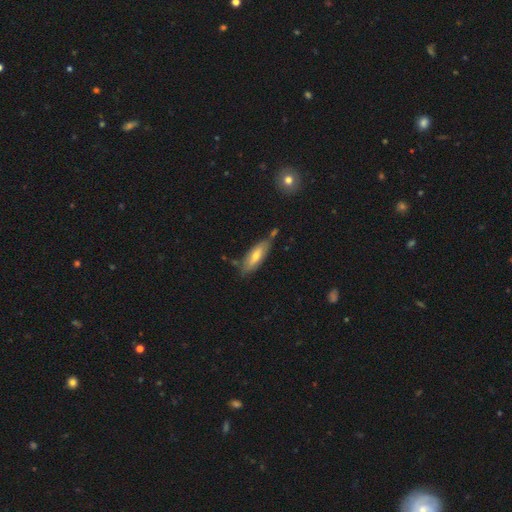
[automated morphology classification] Smooth or featured: smooth — 59% (featured or disk — 34%)
How rounded: in between — 49% (tied with cigar-shaped — 49%)
Merging: none — 66% (minor disturbance — 22%)